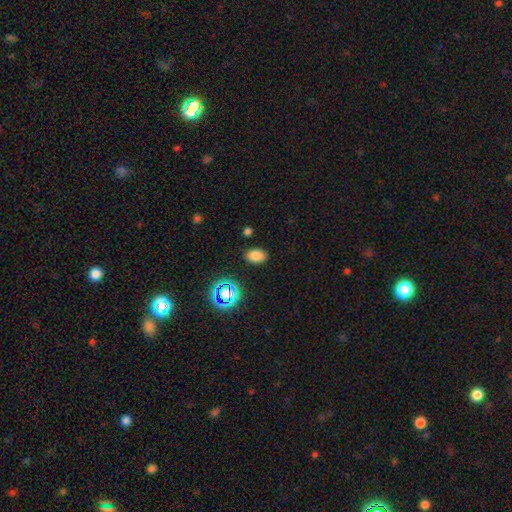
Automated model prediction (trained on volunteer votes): Smooth or featured? Predicted: smooth (p=0.78). How rounded? Predicted: in between (p=0.87). Merging? Predicted: none (p=0.87).